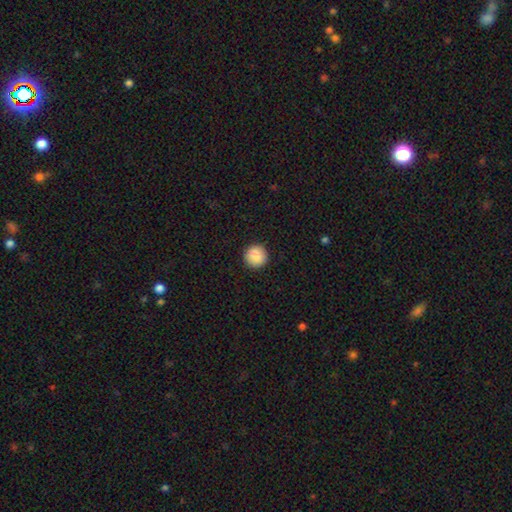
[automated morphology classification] This appears to be a smooth galaxy with no disk features (89%) that is round (96%). Merging: none (92%).